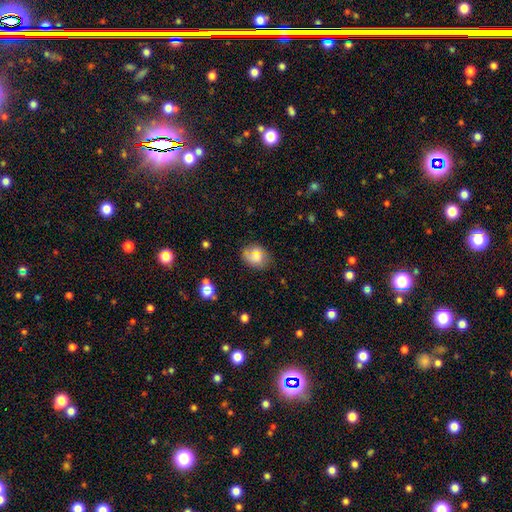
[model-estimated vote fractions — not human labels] Smooth or featured: smooth — 73% (featured or disk — 17%)
How rounded: in between — 52% (round — 47%)
Merging: none — 67% (minor disturbance — 23%)